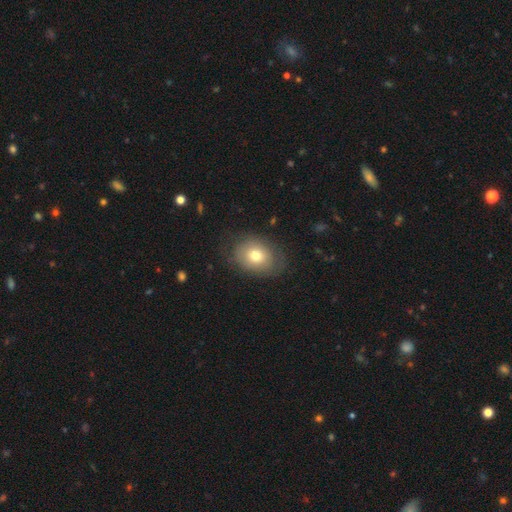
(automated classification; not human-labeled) Smooth or featured: smooth — 68% (featured or disk — 23%)
How rounded: in between — 62% (round — 37%)
Merging: none — 73% (minor disturbance — 18%)